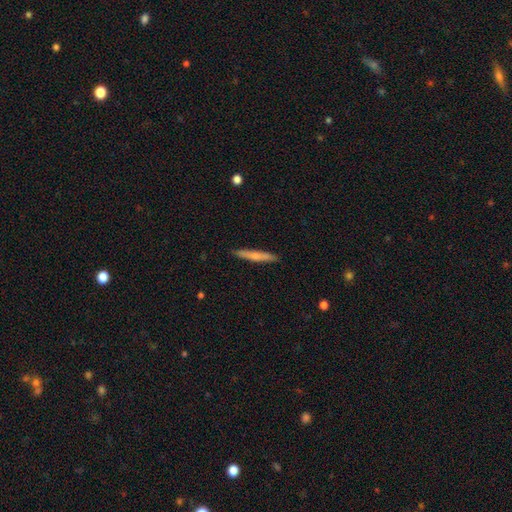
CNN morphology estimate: Q: Smooth or featured?
A: smooth (61%); runner-up: featured or disk (33%)
Q: How rounded?
A: cigar-shaped (95%); runner-up: in between (4%)
Q: Merging?
A: none (90%); runner-up: minor disturbance (7%)